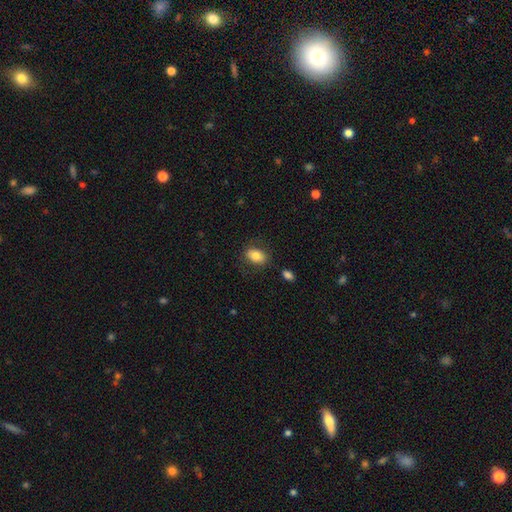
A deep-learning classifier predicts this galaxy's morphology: A smooth galaxy with no disk features (81%) that is in between round and cigar-shaped (83%). Merging: none (77%).